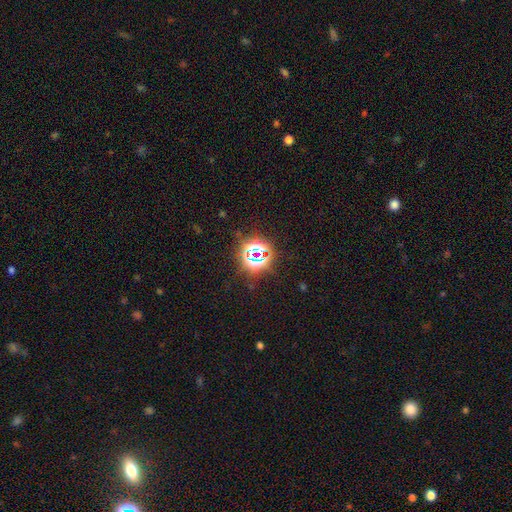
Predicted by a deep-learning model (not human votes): Morphology: type=star or artifact (76%).